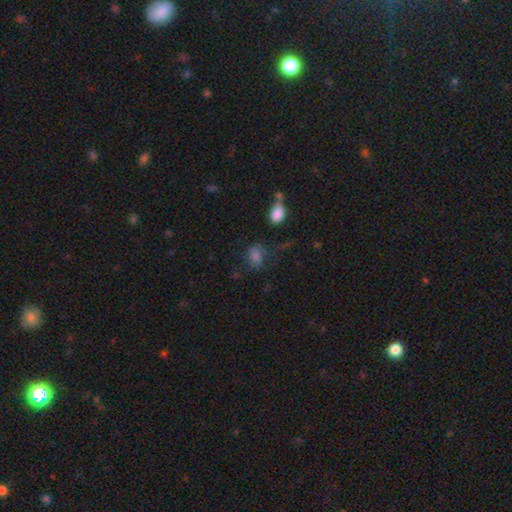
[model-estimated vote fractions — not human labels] Overall: smooth (73%). How rounded: in between (73%). Merging: none (54%; minor disturbance 25%).